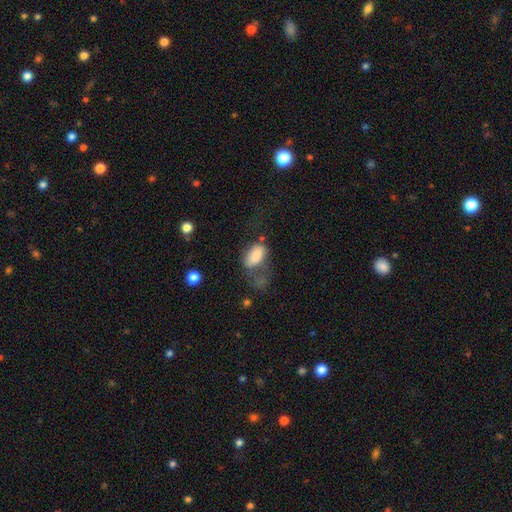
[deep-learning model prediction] smooth-or-featured: smooth: 80% | featured or disk: 11% | star or artifact: 9%
  how-rounded: in between: 92% | round: 6% | cigar-shaped: 2%
  merging: major disturbance: 39% | none: 28% | minor disturbance: 22% | merger: 10%